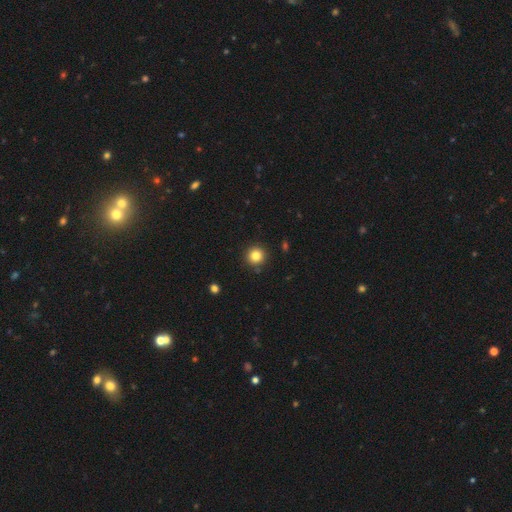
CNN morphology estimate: Smooth or featured? smooth (82%)
How rounded? round (95%)
Merging? none (90%)